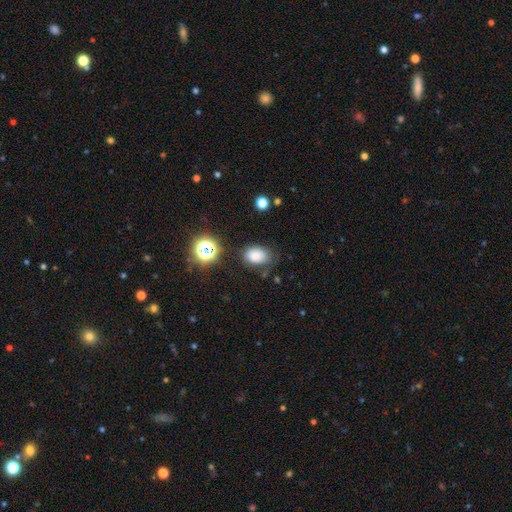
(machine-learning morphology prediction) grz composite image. It shows a smooth galaxy with no disk features (79%) that is in between round and cigar-shaped (78%). Merging: none (69%).